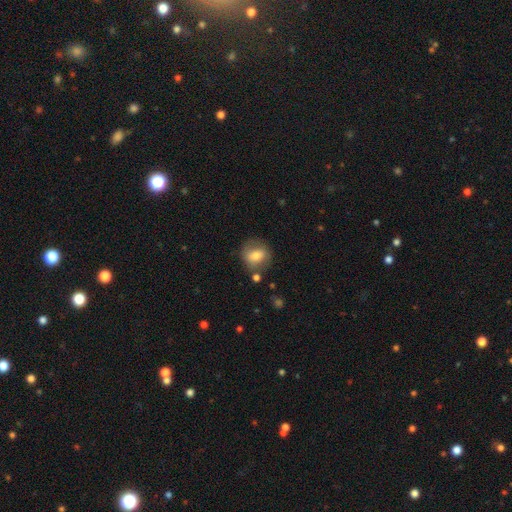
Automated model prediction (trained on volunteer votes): smooth-or-featured: smooth: 70% | featured or disk: 22% | star or artifact: 8%
  how-rounded: round: 69% | in between: 30% | cigar-shaped: 1%
  merging: none: 73% | minor disturbance: 15% | major disturbance: 6% | merger: 5%